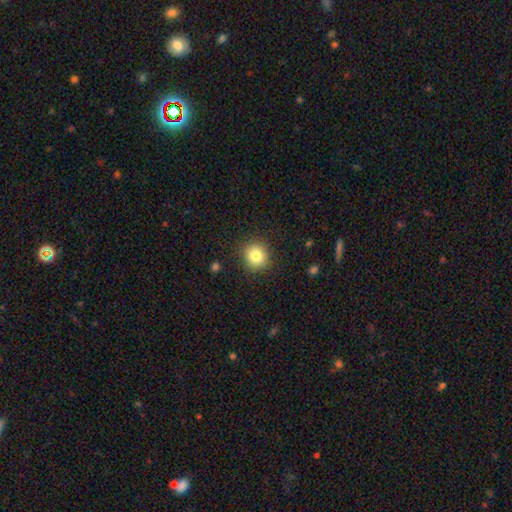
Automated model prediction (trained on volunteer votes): Smooth or featured: smooth — 82% (star or artifact — 11%)
How rounded: round — 88% (in between — 11%)
Merging: none — 89% (minor disturbance — 7%)